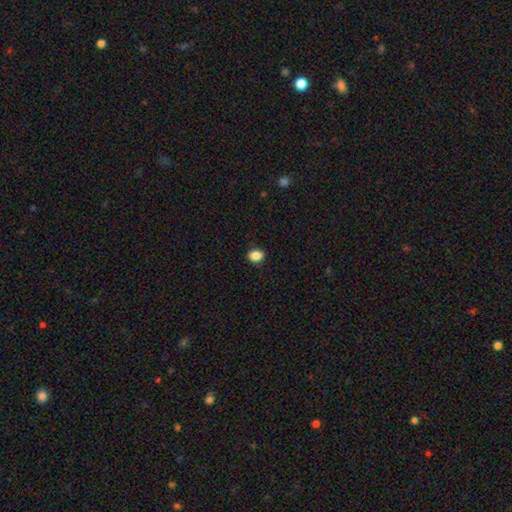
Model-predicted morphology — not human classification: Smooth or featured? Predicted: smooth (p=0.87). How rounded? Predicted: round (p=0.50). Merging? Predicted: none (p=0.90).